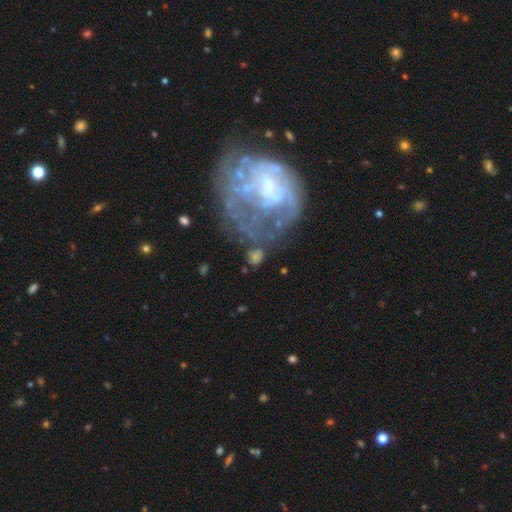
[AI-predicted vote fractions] Smooth or featured? Predicted: featured or disk (p=0.71). Edge-on disk? Predicted: no (p=0.97). Bar? Predicted: no (p=0.59). Spiral arms? Predicted: yes (p=0.57). Bulge size? Predicted: small (p=0.46). Merging? Predicted: none (p=0.46).